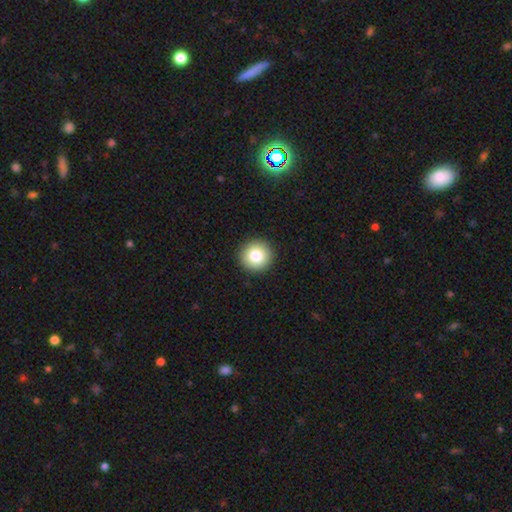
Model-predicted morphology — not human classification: A smooth galaxy with no disk features (82%) that is round (95%). Merging: none (93%).